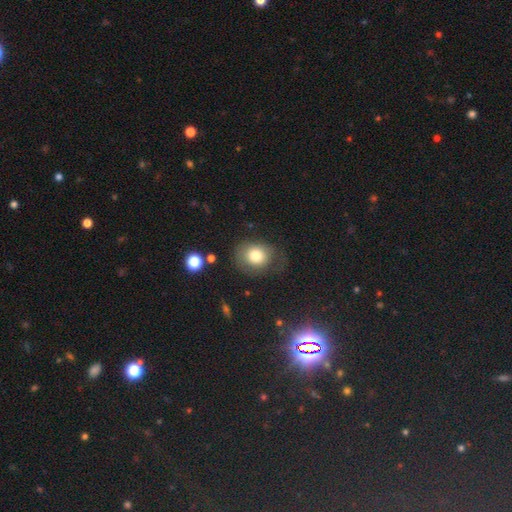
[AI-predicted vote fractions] A smooth galaxy with no disk features (77%) that is round (63%).

Vote fractions:
- Smooth or featured? smooth: 77% / featured or disk: 13% / star or artifact: 10%
- How rounded? round: 63% / in between: 37% / cigar-shaped: 1%
- Merging? none: 59% / minor disturbance: 23% / major disturbance: 15% / merger: 2%